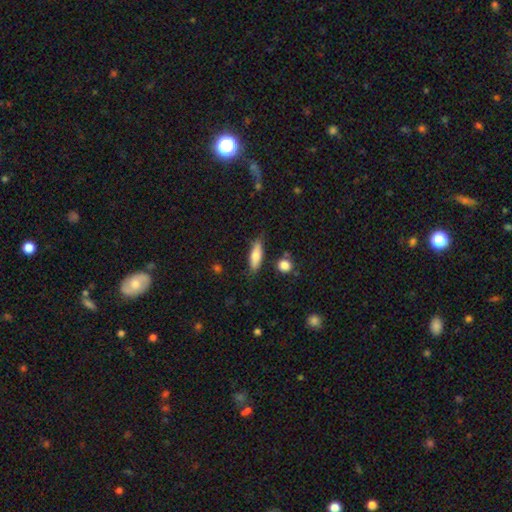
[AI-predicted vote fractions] Overall: smooth (74%). How rounded: in between (54%; cigar-shaped 43%). Merging: none (78%).